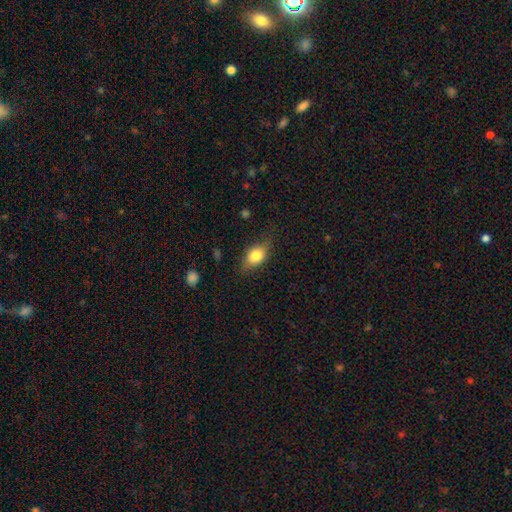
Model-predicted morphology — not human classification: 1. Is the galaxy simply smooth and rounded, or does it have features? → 77% smooth, 16% featured or disk, 8% star or artifact.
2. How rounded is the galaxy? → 82% in between, 13% round, 5% cigar-shaped.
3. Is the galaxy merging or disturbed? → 74% none, 20% minor disturbance, 5% major disturbance, 1% merger.